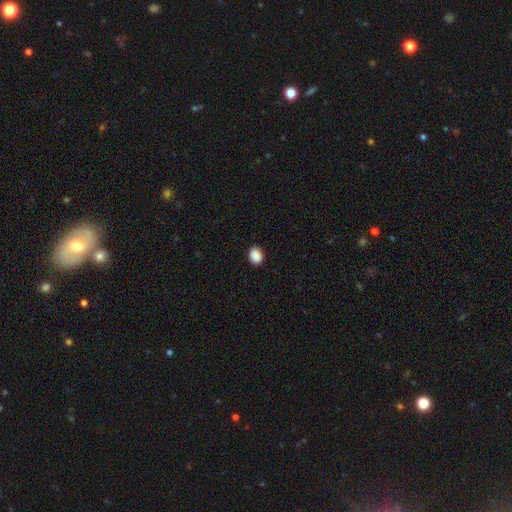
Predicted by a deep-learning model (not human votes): A smooth galaxy with no disk features (90%) that is in between round and cigar-shaped (59%). Merging: none (89%).